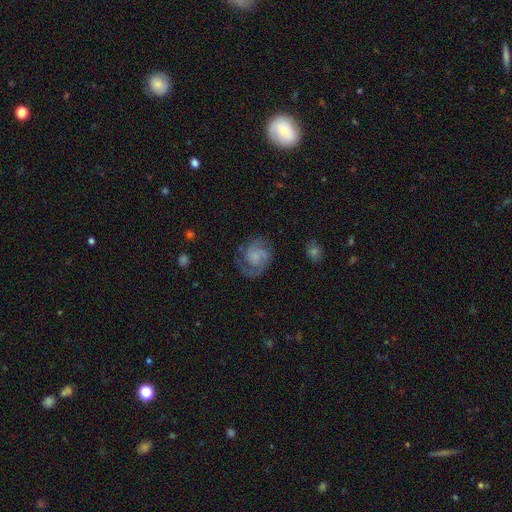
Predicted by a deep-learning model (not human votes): Smooth or featured? featured or disk (79%)
Edge-on disk? no (98%)
Bar? no (68%)
Spiral arms? yes (96%)
Spiral winding? tight (44%)
Spiral arm count? 2 (68%)
Bulge size? none (49%)
Merging? none (72%)